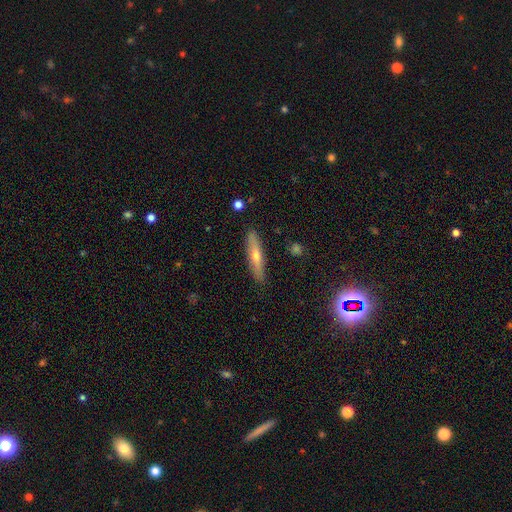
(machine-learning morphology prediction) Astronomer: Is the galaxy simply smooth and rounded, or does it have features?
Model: smooth — 47% (runner-up: featured or disk, 46%).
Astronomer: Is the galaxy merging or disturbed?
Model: none — 89%.